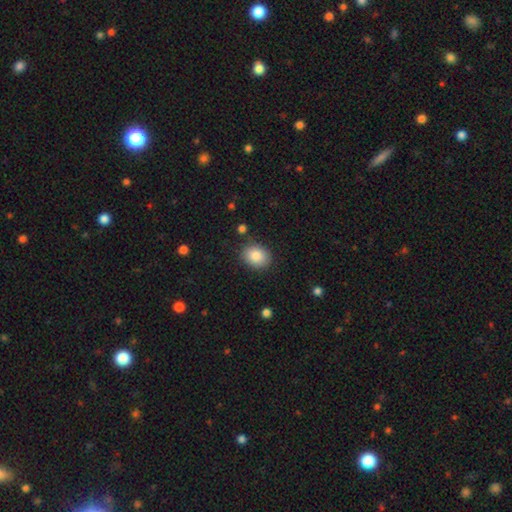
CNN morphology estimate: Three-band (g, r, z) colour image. It shows a smooth galaxy with no disk features (85%) that is in between round and cigar-shaped (52%). Merging: none (86%).